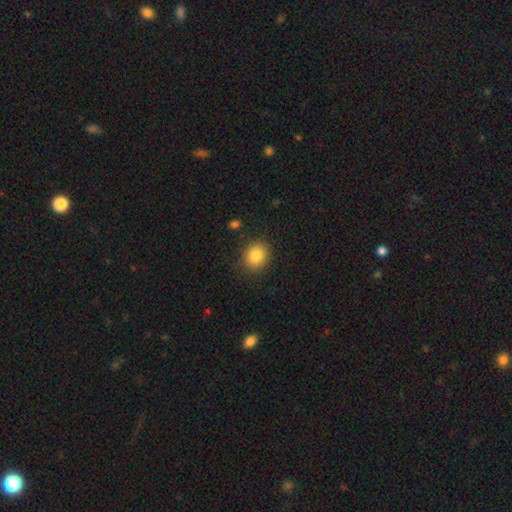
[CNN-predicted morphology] Smooth or featured: smooth — 84% (star or artifact — 10%)
How rounded: round — 76% (in between — 23%)
Merging: none — 87% (minor disturbance — 9%)